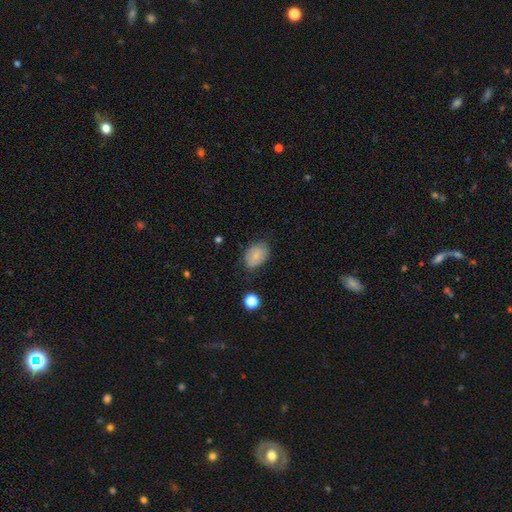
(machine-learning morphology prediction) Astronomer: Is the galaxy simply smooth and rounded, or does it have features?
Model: smooth — 76%.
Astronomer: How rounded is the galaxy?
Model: in between — 80%.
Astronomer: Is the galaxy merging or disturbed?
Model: none — 70%.